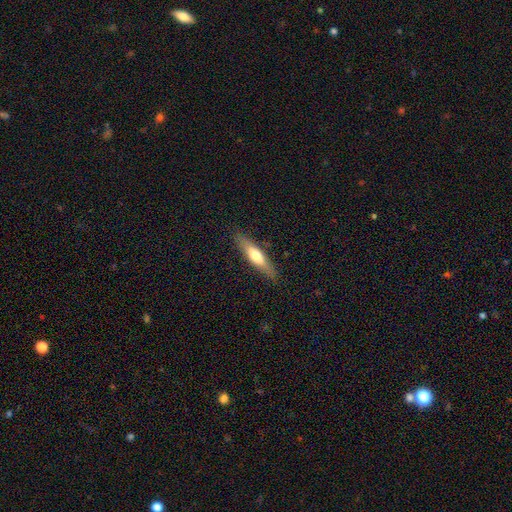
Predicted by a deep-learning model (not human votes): Smooth or featured? Predicted: smooth (p=0.55). How rounded? Predicted: cigar-shaped (p=0.75). Merging? Predicted: none (p=0.87).